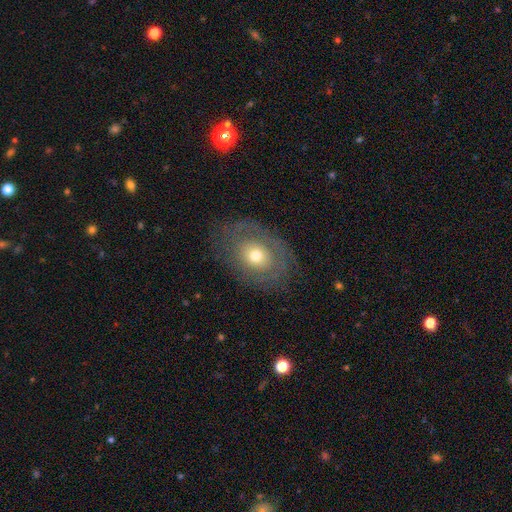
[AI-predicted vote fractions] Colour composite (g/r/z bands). It shows a smooth galaxy with no disk features (50%). Merging: none (73%).